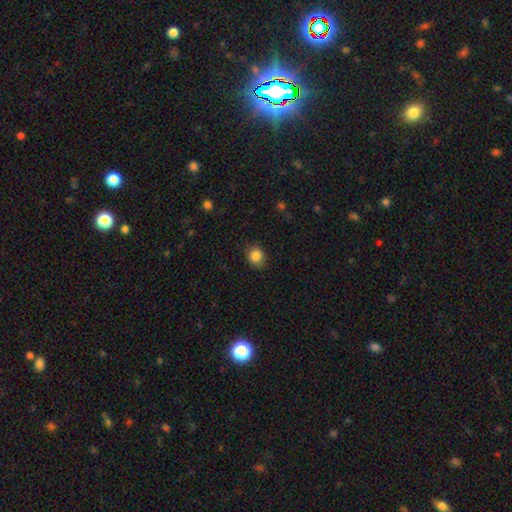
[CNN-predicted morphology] Q: Smooth or featured?
A: smooth (85%); runner-up: star or artifact (10%)
Q: How rounded?
A: round (63%); runner-up: in between (36%)
Q: Merging?
A: none (78%); runner-up: minor disturbance (17%)